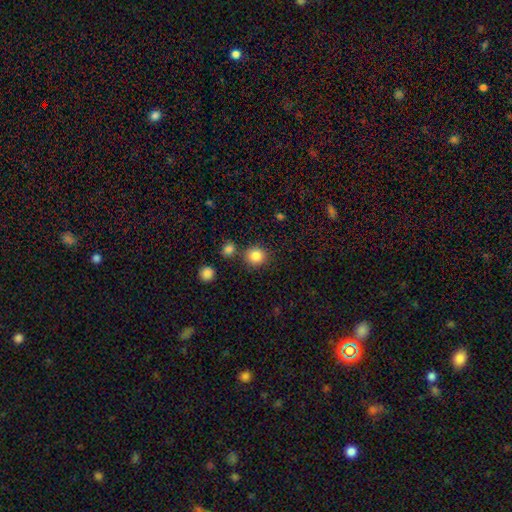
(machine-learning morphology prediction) This is clearly a smooth galaxy (85%). How rounded: clearly round (88%). Merging: likely none (79%).